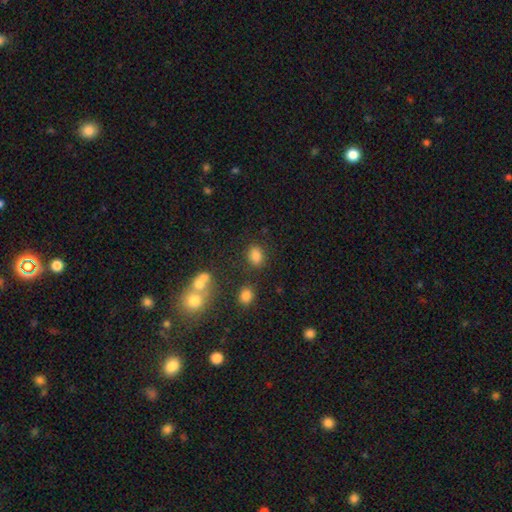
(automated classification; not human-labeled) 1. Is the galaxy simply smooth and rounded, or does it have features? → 82% smooth, 12% star or artifact, 6% featured or disk.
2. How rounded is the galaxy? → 64% in between, 35% round, 1% cigar-shaped.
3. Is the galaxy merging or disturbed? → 77% none, 12% minor disturbance, 7% merger, 4% major disturbance.